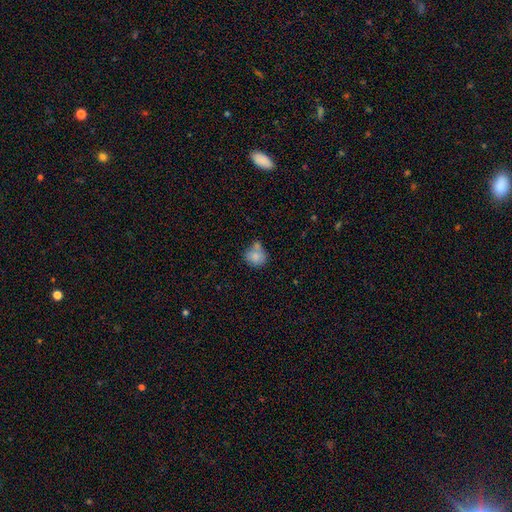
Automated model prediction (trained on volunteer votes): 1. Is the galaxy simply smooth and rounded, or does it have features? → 82% smooth, 9% featured or disk, 9% star or artifact.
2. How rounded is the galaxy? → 78% round, 21% in between, 1% cigar-shaped.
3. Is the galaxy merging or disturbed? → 51% none, 25% merger, 19% minor disturbance, 5% major disturbance.